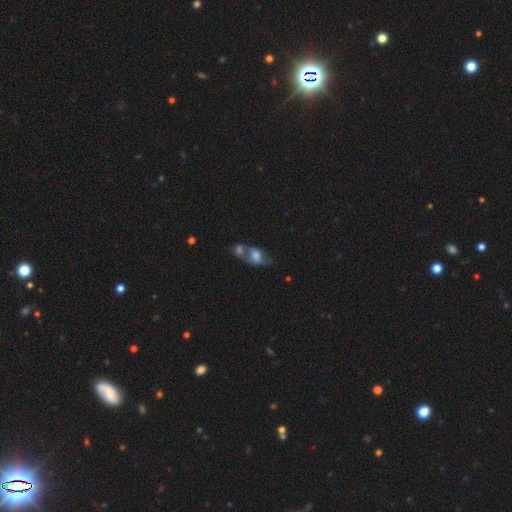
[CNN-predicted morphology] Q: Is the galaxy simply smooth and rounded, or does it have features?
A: smooth — 61%.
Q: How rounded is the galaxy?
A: in between — 78%.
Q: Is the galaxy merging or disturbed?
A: merger — 58%.